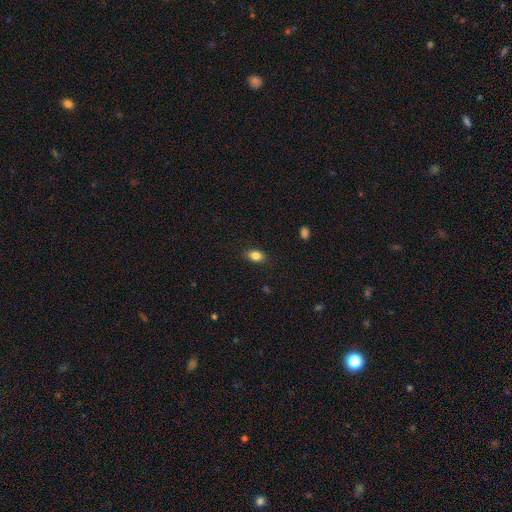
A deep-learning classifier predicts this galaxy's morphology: A smooth galaxy with no disk features (84%) that is in between round and cigar-shaped (80%).

Vote fractions:
- Smooth or featured? smooth: 84% / star or artifact: 9% / featured or disk: 6%
- How rounded? in between: 80% / round: 18% / cigar-shaped: 2%
- Merging? none: 87% / minor disturbance: 10% / major disturbance: 2% / merger: 1%